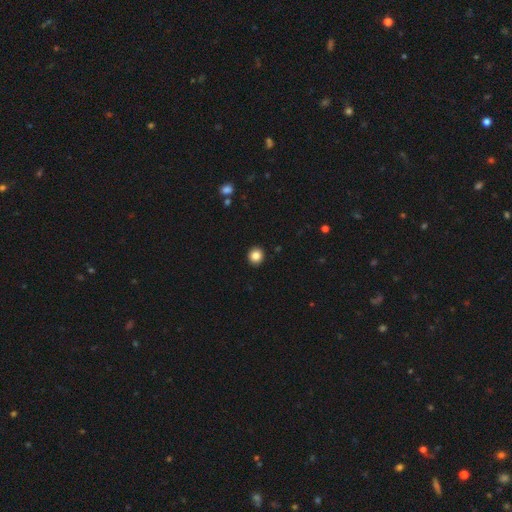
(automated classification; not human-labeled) Smooth or featured: smooth — 85% (star or artifact — 10%)
How rounded: round — 88% (in between — 11%)
Merging: none — 93% (minor disturbance — 5%)